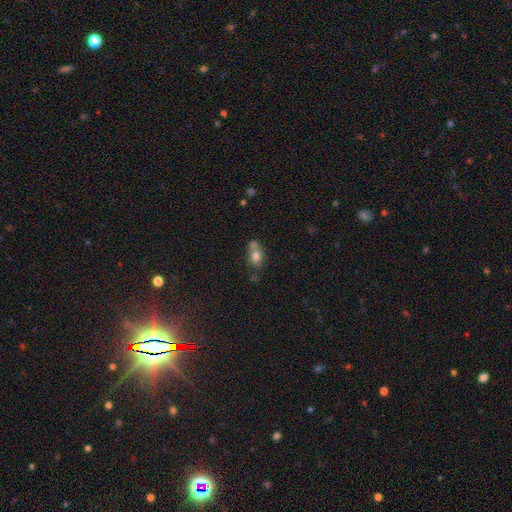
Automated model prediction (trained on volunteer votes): Smooth or featured: smooth — 74% (featured or disk — 15%)
How rounded: in between — 65% (round — 33%)
Merging: merger — 44% (none — 36%)